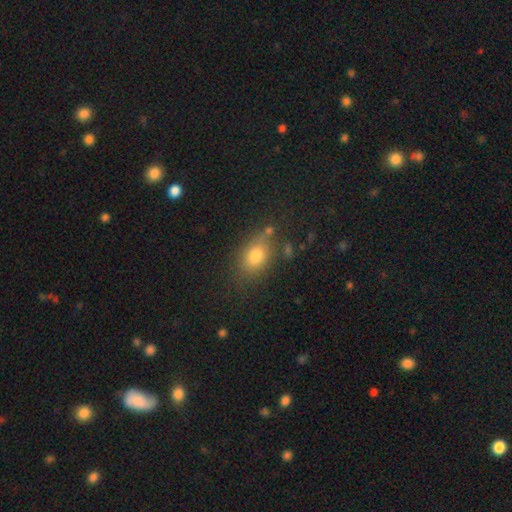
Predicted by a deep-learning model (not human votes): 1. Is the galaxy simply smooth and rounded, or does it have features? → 77% smooth, 12% star or artifact, 11% featured or disk.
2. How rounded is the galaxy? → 74% in between, 23% round, 3% cigar-shaped.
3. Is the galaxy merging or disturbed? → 69% none, 18% minor disturbance, 7% merger, 6% major disturbance.